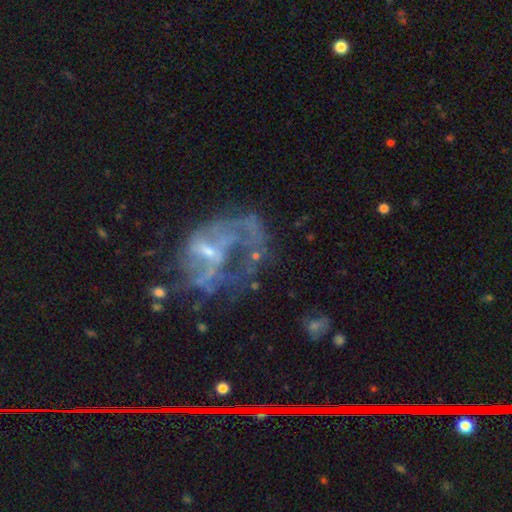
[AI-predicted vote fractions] smooth_or_featured: featured or disk (p=0.74) [alt: star or artifact p=0.13]
disk_edge_on: no (p=0.97) [alt: yes p=0.03]
bar: no (p=0.45) [alt: weak p=0.40]
has_spiral_arms: yes (p=0.60) [alt: no p=0.40]
bulge_size: small (p=0.56) [alt: moderate p=0.24]
merging: major disturbance (p=0.45) [alt: none p=0.30]